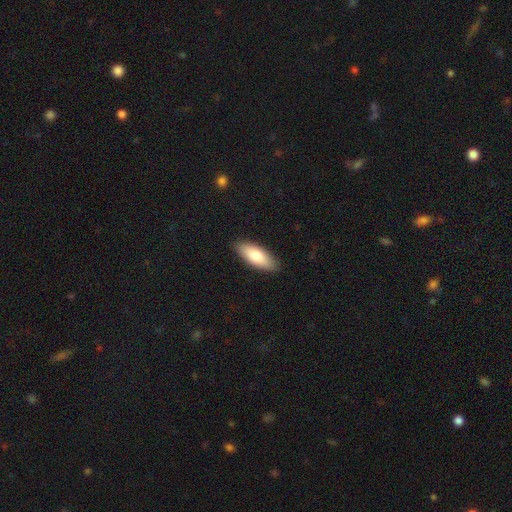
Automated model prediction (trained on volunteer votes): Smooth or featured?
  - smooth: 80% *
  - featured or disk: 15%
  - star or artifact: 5%
How rounded?
  - in between: 74% *
  - cigar-shaped: 25%
  - round: 2%
Merging?
  - none: 89% *
  - minor disturbance: 9%
  - major disturbance: 2%
  - merger: 1%